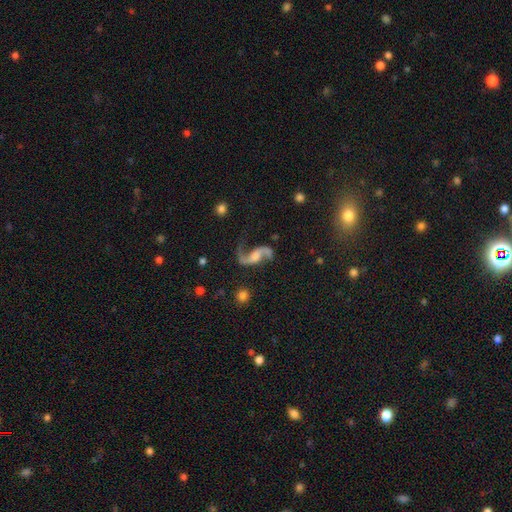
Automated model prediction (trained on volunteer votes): This appears to be a featured or disk galaxy (89%) with no bar (47%), 2 (93%) loose (85%) spiral arms (97%) and no central bulge (29%, tied with moderate). Merging: none (68%).